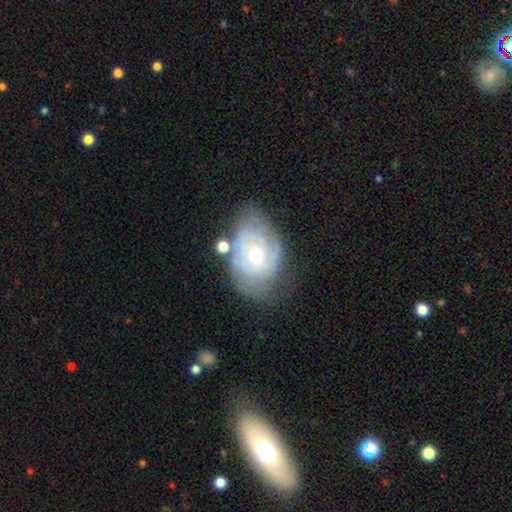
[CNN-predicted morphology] A featured or disk galaxy (72%) with no bar (76%), tight (68%) spiral arms (77%) and a moderate central bulge (58%).

Vote fractions:
- Smooth or featured? featured or disk: 72% / smooth: 21% / star or artifact: 7%
- Edge-on disk? no: 95% / yes: 5%
- Bar? no: 76% / weak: 21% / strong: 4%
- Spiral arms? yes: 77% / no: 23%
- Spiral winding? tight: 68% / medium: 23% / loose: 8%
- Spiral arm count? can't tell: 52% / 2: 24% / 3: 11% / 1: 5% / 4: 5% / more than 4: 3%
- Bulge size? moderate: 58% / small: 37% / large: 3% / none: 1% / dominant: 1%
- Merging? none: 59% / minor disturbance: 25% / major disturbance: 11% / merger: 6%